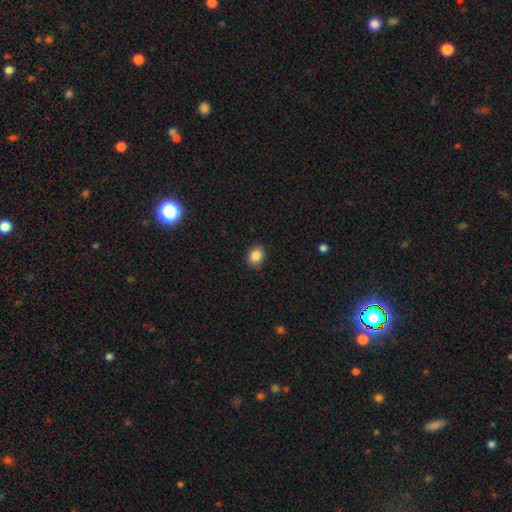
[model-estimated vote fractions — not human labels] smooth_or_featured: smooth (p=0.86) [alt: star or artifact p=0.09]
how_rounded: round (p=0.50) [alt: in between p=0.49]
merging: none (p=0.88) [alt: minor disturbance p=0.09]